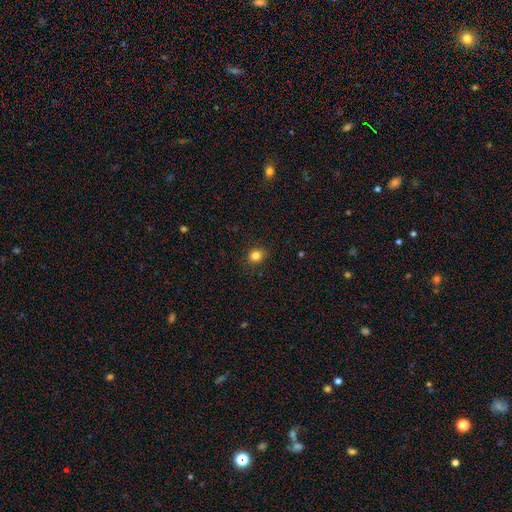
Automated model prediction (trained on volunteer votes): Q: Smooth or featured?
A: smooth (83%); runner-up: star or artifact (12%)
Q: How rounded?
A: round (67%); runner-up: in between (32%)
Q: Merging?
A: none (89%); runner-up: minor disturbance (8%)